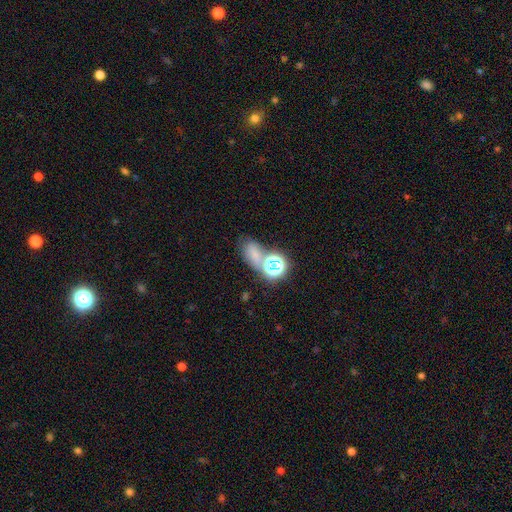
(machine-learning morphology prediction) The model was most divided on "merging": none: 45%, merger: 31%, minor disturbance: 14%, major disturbance: 10%. More confident: how rounded — in between (67%); smooth or featured — smooth (53%).